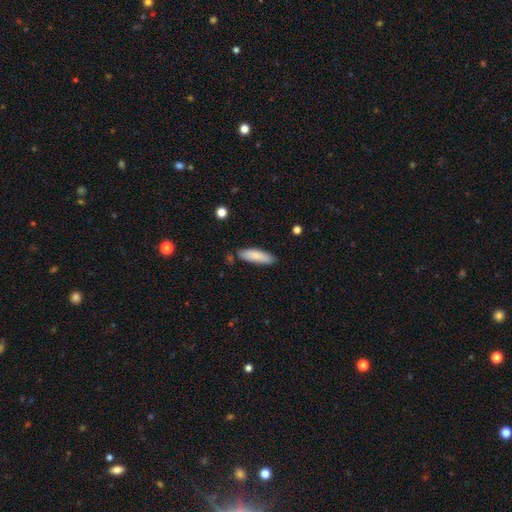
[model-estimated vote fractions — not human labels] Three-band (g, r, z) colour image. It shows a smooth galaxy with no disk features (84%) that is cigar-shaped (56%). Merging: none (81%).